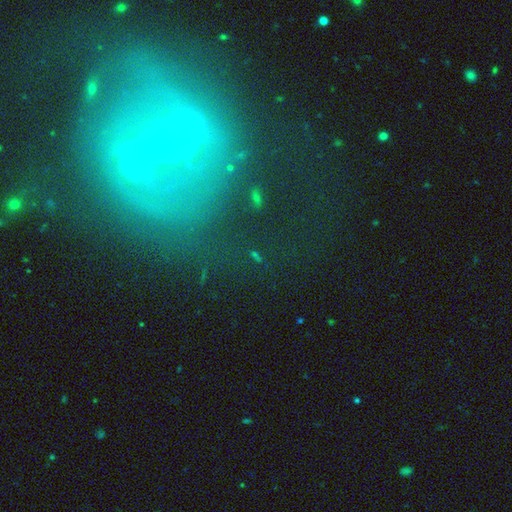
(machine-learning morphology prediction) Smooth or featured? star or artifact (58%)